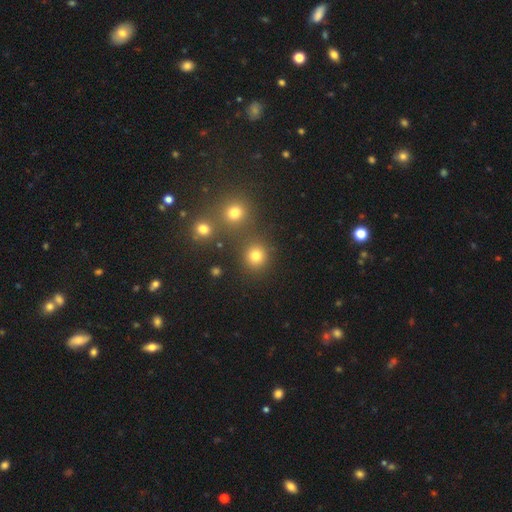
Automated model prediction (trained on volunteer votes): smooth 78%, star or artifact 17%, featured or disk 5%. Down the decision tree: how rounded — round (89%); merging — none (80%).